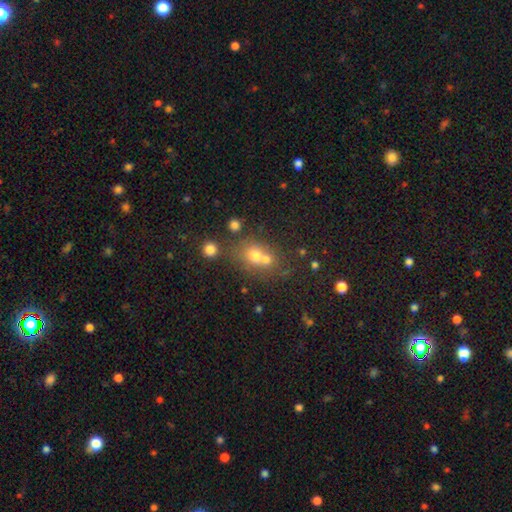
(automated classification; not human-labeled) Smooth or featured: smooth — 67% (star or artifact — 17%)
How rounded: round — 66% (in between — 32%)
Merging: merger — 45% (none — 41%)